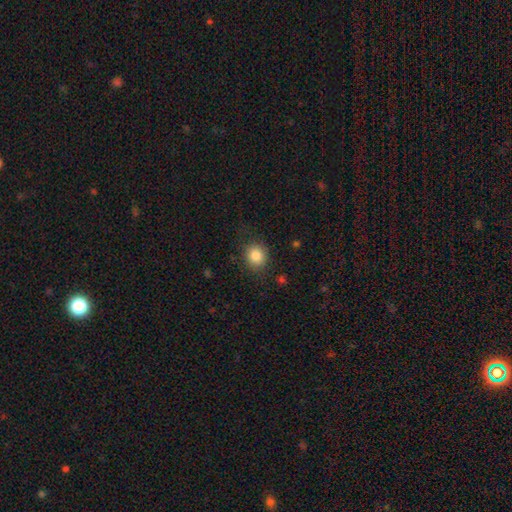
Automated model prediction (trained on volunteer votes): Smooth or featured: smooth — 84% (star or artifact — 10%)
How rounded: round — 77% (in between — 22%)
Merging: none — 82% (minor disturbance — 12%)